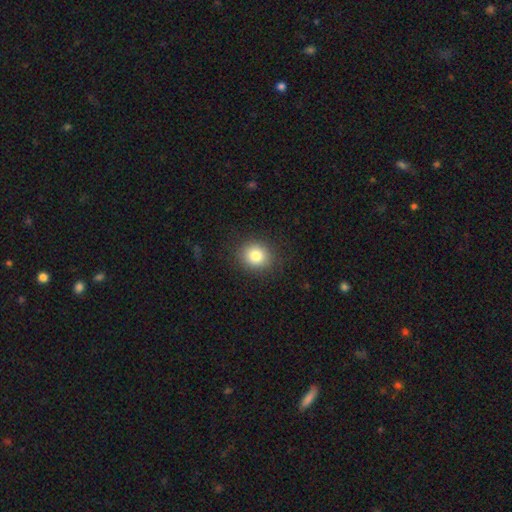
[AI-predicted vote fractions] This appears to be a smooth galaxy with no disk features (83%) that is round (82%). Merging: none (88%).